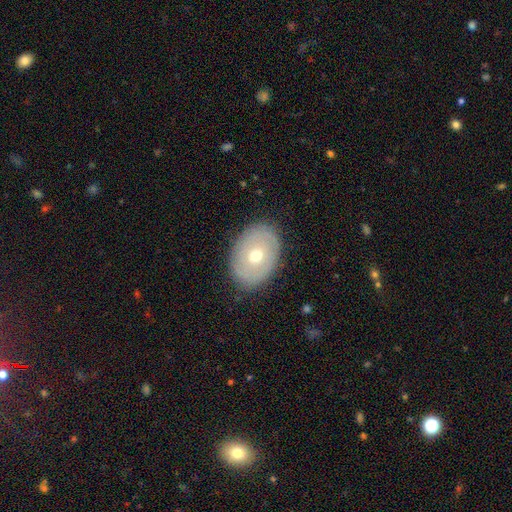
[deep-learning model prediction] Smooth or featured?
  - smooth: 47% *
  - featured or disk: 46%
  - star or artifact: 7%
Merging?
  - none: 84% *
  - minor disturbance: 12%
  - major disturbance: 3%
  - merger: 1%